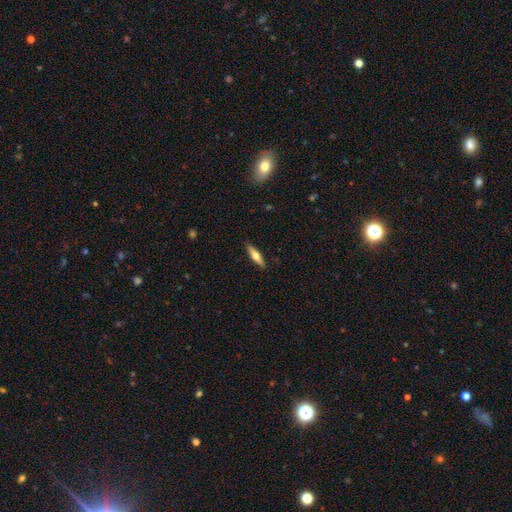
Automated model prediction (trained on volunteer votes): This is possibly a smooth galaxy (54%). How rounded: likely cigar-shaped (71%). Merging: clearly none (89%).